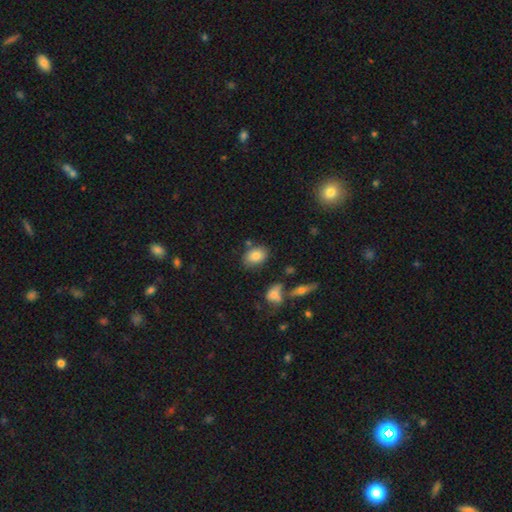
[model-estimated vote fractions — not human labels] smooth_or_featured: smooth (p=0.83) [alt: star or artifact p=0.08]
how_rounded: in between (p=0.73) [alt: round p=0.26]
merging: none (p=0.74) [alt: minor disturbance p=0.15]